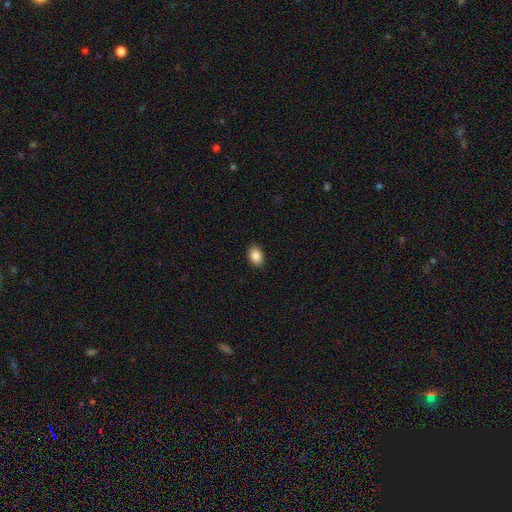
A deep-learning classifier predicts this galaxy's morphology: Smooth or featured?
  - smooth: 87% *
  - star or artifact: 8%
  - featured or disk: 5%
How rounded?
  - in between: 79% *
  - round: 20%
  - cigar-shaped: 1%
Merging?
  - none: 90% *
  - minor disturbance: 8%
  - major disturbance: 2%
  - merger: 1%